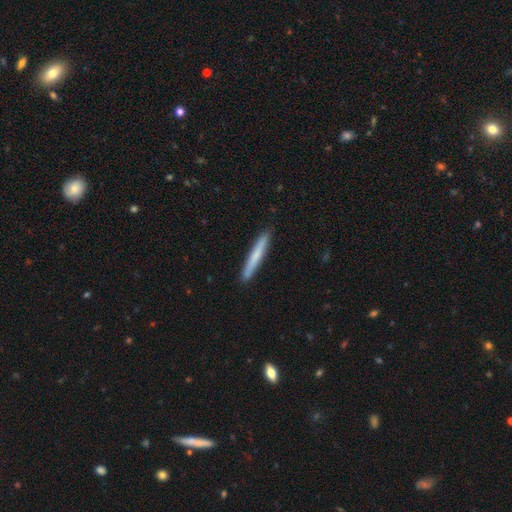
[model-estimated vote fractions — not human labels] Morphology: type=smooth (69%); roundness=cigar-shaped (96%); merging=none (92%).